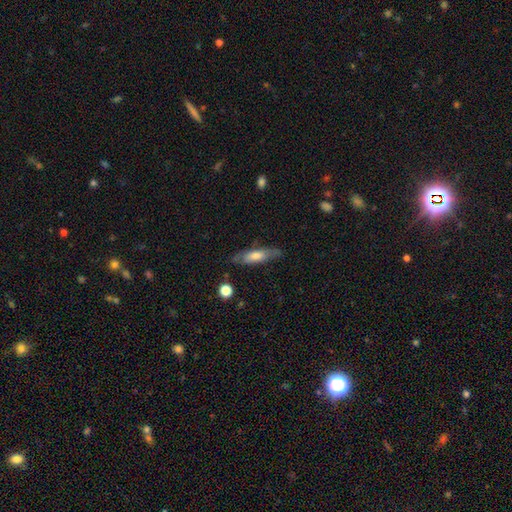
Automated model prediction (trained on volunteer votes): A smooth galaxy with no disk features (47%). Merging: none (79%).